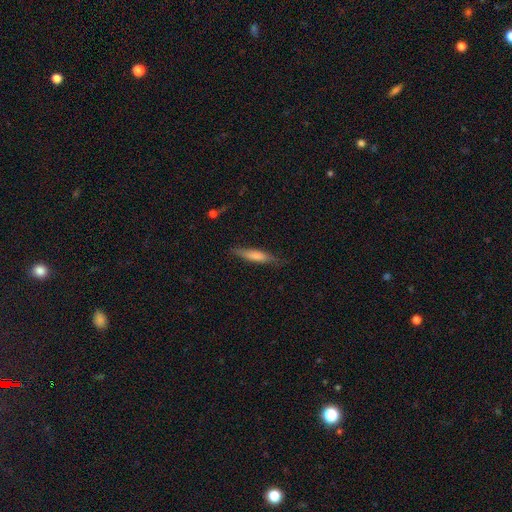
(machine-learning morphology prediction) A smooth galaxy with no disk features (66%) that is cigar-shaped (83%). Merging: none (78%).